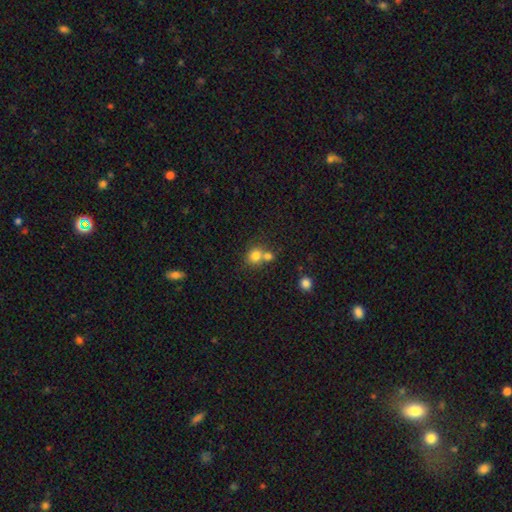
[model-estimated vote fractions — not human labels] Smooth or featured? smooth (79%)
How rounded? round (77%)
Merging? none (46%)